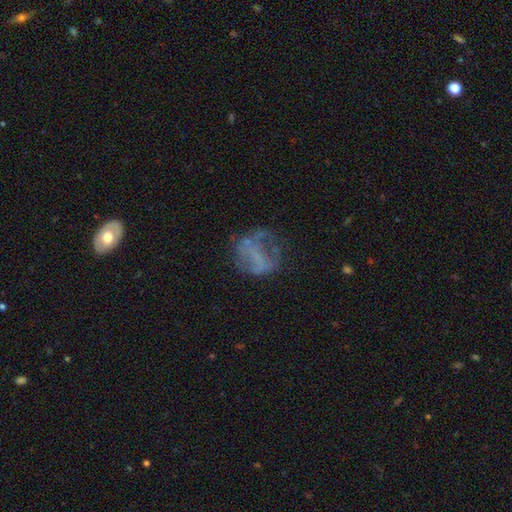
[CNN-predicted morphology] This is possibly a featured or disk galaxy (51%). It is clearly not viewed edge-on (97%). Merging: possibly none (51%).